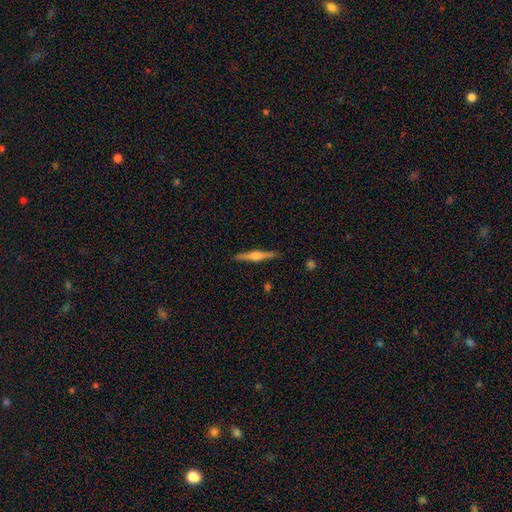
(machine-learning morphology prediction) smooth_or_featured: featured or disk (p=0.70) [alt: smooth p=0.24]
disk_edge_on: yes (p=0.98) [alt: no p=0.02]
edge_on_bulge: rounded (p=0.83) [alt: boxy p=0.12]
merging: none (p=0.90) [alt: minor disturbance p=0.07]